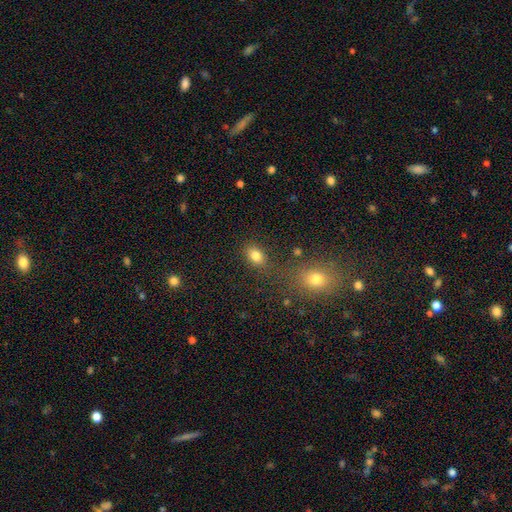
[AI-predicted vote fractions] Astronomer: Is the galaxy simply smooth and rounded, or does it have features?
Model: smooth — 81%.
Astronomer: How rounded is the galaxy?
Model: in between — 79%.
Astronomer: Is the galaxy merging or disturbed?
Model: none — 77%.